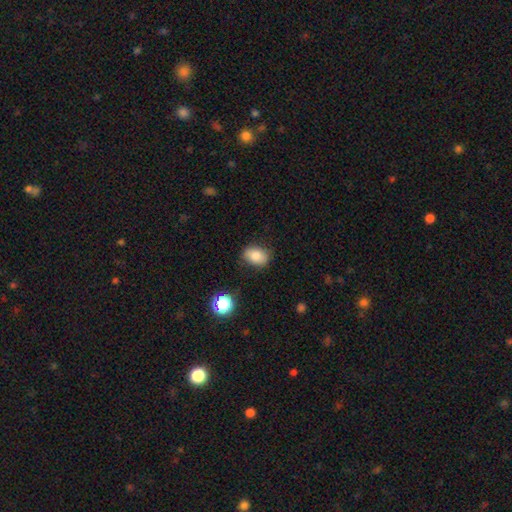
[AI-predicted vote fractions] Smooth or featured? Predicted: smooth (p=0.81). How rounded? Predicted: in between (p=0.75). Merging? Predicted: none (p=0.79).